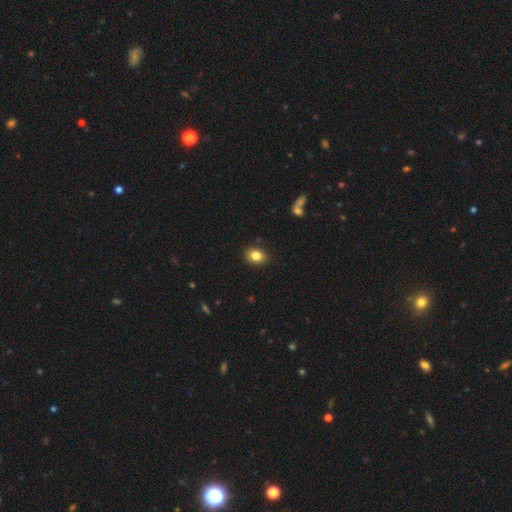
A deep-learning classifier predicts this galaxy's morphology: The model was most divided on "how rounded": in between: 62%, round: 37%, cigar-shaped: 1%. More confident: merging — none (89%); smooth or featured — smooth (83%).